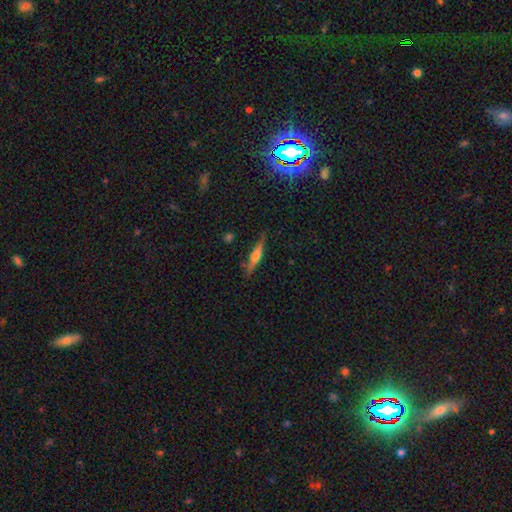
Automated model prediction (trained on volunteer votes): A featured or disk galaxy (59%) viewed edge-on (96%) with a rounded central bulge (83%).

Vote fractions:
- Smooth or featured? featured or disk: 59% / smooth: 34% / star or artifact: 7%
- Edge-on disk? yes: 96% / no: 4%
- Edge-on bulge? rounded: 83% / boxy: 10% / none: 7%
- Merging? none: 84% / minor disturbance: 12% / major disturbance: 3% / merger: 2%